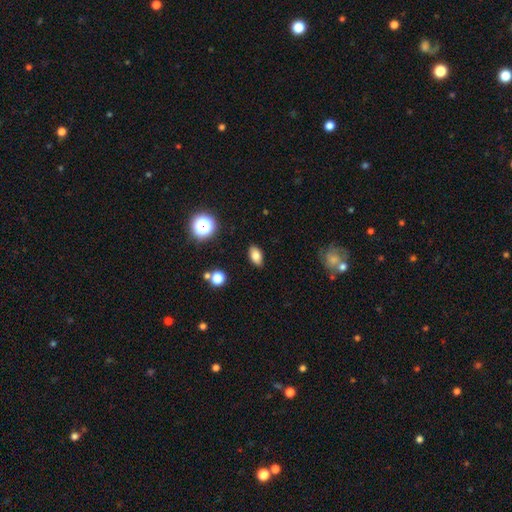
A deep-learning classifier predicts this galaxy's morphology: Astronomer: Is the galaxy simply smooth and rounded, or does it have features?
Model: smooth — 79%.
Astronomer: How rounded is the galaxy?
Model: in between — 89%.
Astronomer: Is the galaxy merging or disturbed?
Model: none — 88%.